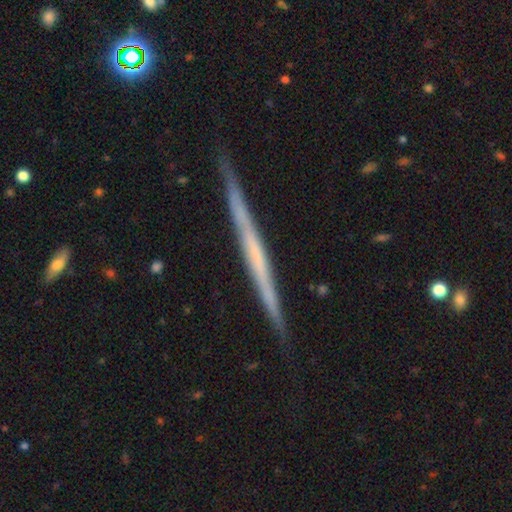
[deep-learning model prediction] Q: Smooth or featured?
A: featured or disk (68%); runner-up: smooth (27%)
Q: Edge-on disk?
A: yes (98%); runner-up: no (2%)
Q: Edge-on bulge?
A: none (88%); runner-up: rounded (7%)
Q: Merging?
A: none (90%); runner-up: minor disturbance (8%)